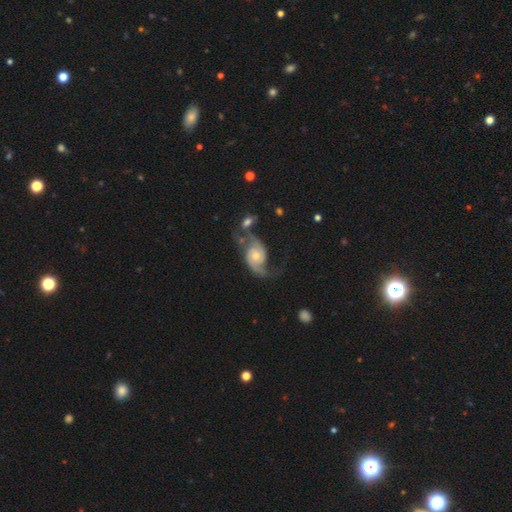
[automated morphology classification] Smooth or featured? featured or disk (85%)
Edge-on disk? no (97%)
Bar? no (69%)
Spiral arms? yes (96%)
Spiral winding? loose (46%)
Spiral arm count? 2 (89%)
Bulge size? moderate (55%)
Merging? none (44%)